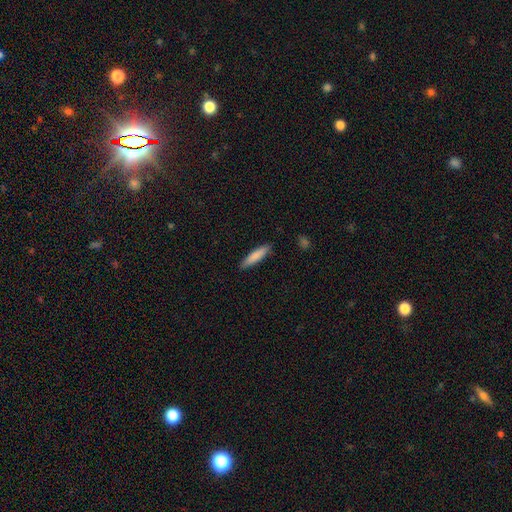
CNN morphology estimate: This appears to be a smooth galaxy with no disk features (82%) that is cigar-shaped (83%). Merging: none (88%).